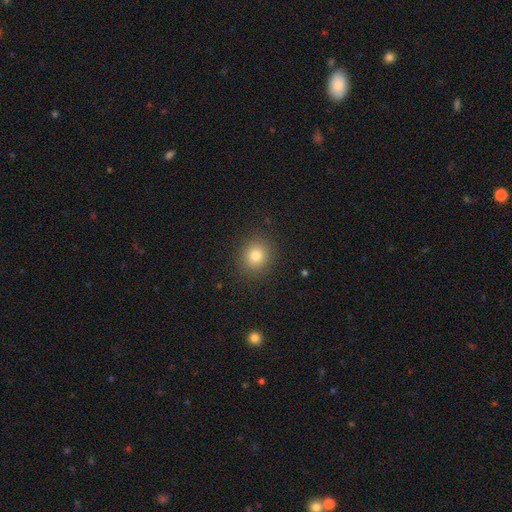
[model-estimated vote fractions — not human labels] Smooth or featured? Predicted: smooth (p=0.80). How rounded? Predicted: round (p=0.83). Merging? Predicted: none (p=0.89).